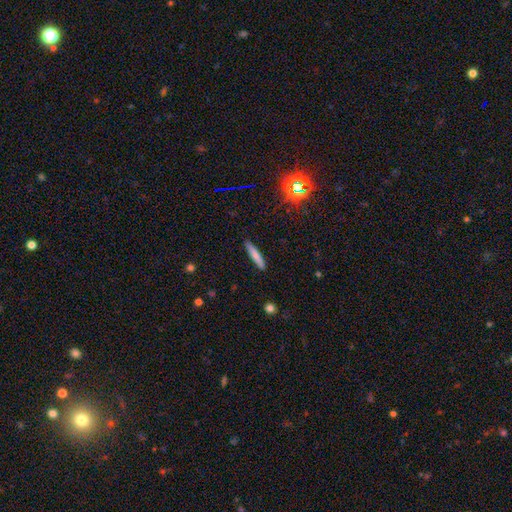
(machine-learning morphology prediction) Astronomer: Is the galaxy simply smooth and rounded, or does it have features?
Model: smooth — 75%.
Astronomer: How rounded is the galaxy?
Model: cigar-shaped — 91%.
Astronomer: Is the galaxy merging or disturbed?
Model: none — 89%.